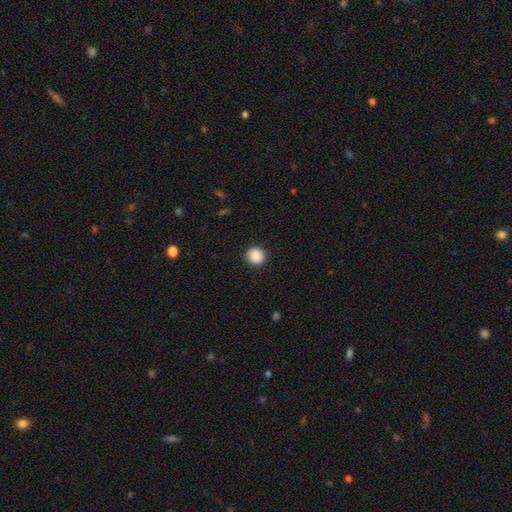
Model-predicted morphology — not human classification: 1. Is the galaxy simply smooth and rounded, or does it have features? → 87% smooth, 8% star or artifact, 5% featured or disk.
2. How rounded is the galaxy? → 90% round, 9% in between, 1% cigar-shaped.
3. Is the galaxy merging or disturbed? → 88% none, 9% minor disturbance, 2% major disturbance, 1% merger.